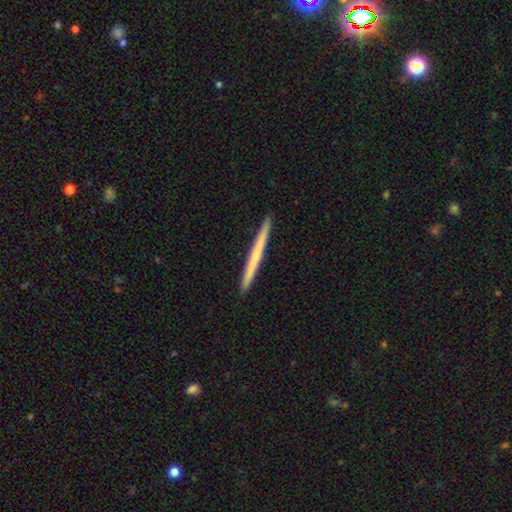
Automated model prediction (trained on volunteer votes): Smooth or featured: smooth — 50% (featured or disk — 44%)
How rounded: cigar-shaped — 97% (in between — 1%)
Merging: none — 94% (minor disturbance — 4%)